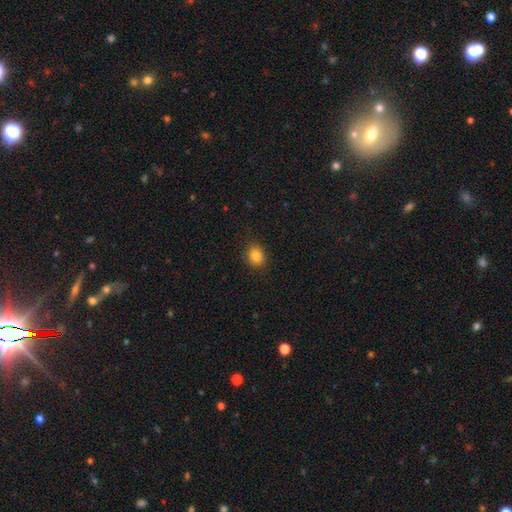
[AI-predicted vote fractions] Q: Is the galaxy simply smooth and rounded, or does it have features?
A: smooth — 84%.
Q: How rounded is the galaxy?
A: round — 63%.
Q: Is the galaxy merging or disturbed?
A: none — 87%.